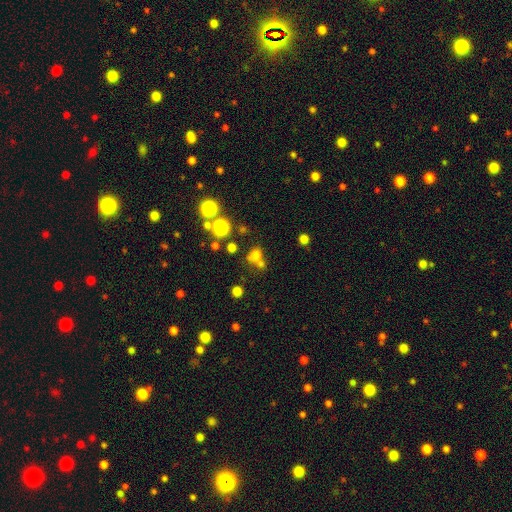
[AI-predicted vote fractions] Morphology: type=smooth (65%); roundness=round (69%); merging=none (49%).